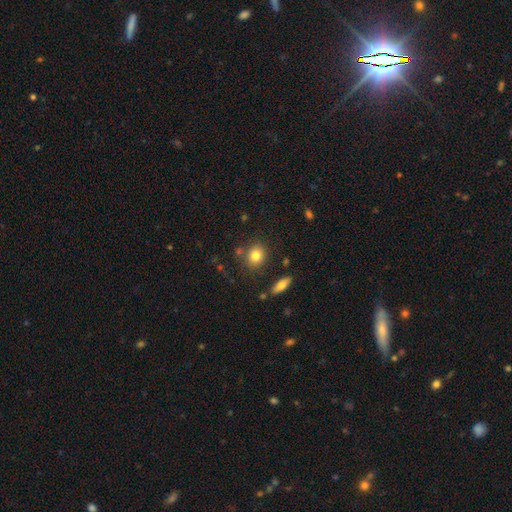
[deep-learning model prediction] A smooth galaxy with no disk features (81%) that is round (71%). Merging: none (79%).